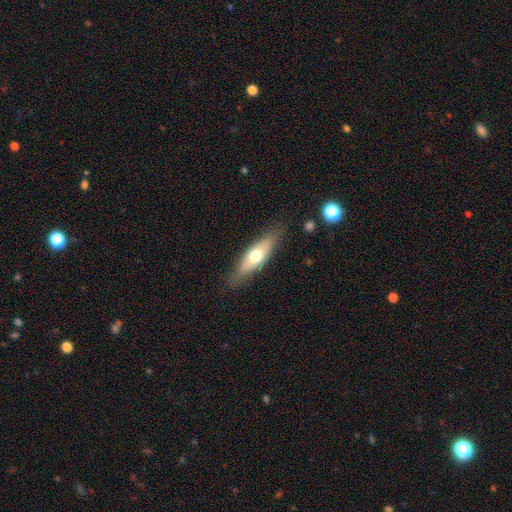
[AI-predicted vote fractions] The model was most divided on "how rounded": cigar-shaped: 52%, in between: 46%, round: 3%. More confident: merging — none (82%); smooth or featured — smooth (56%).